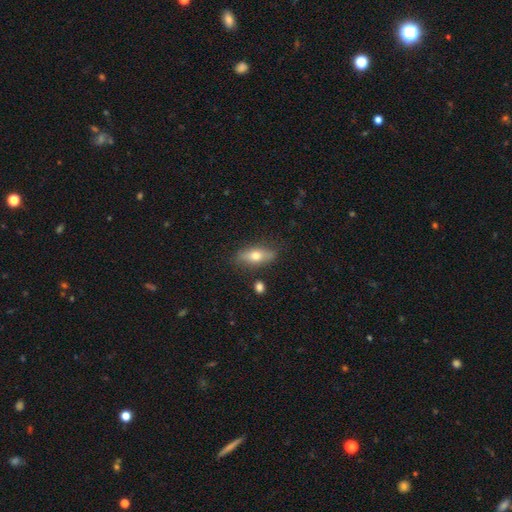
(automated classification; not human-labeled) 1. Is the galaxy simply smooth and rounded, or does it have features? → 60% smooth, 33% featured or disk, 7% star or artifact.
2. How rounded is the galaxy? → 67% in between, 28% cigar-shaped, 5% round.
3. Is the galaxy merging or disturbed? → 81% none, 13% minor disturbance, 3% major disturbance, 3% merger.